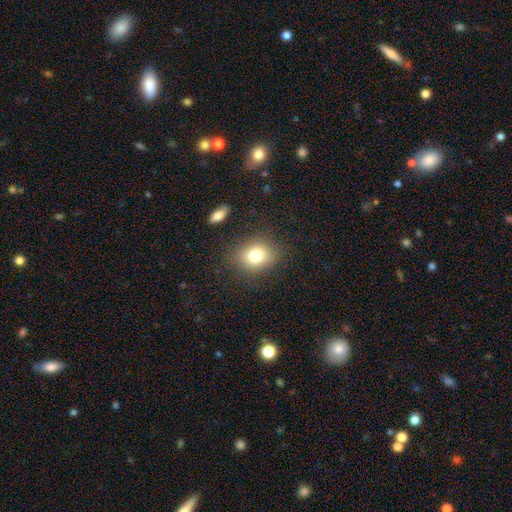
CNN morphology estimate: smooth 77%, star or artifact 12%, featured or disk 10%. Down the decision tree: how rounded — round (57%); merging — none (83%).